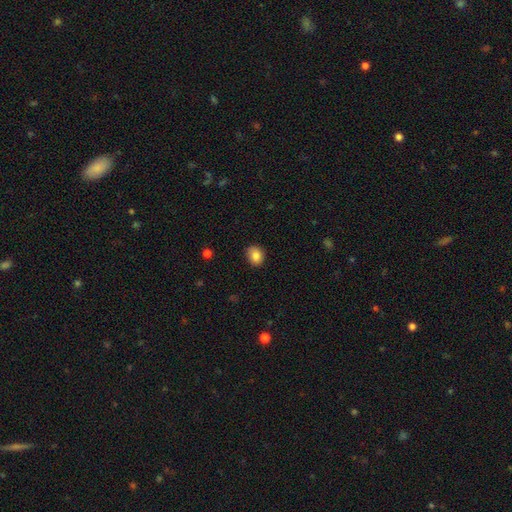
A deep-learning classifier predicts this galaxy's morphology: smooth_or_featured: smooth (p=0.84) [alt: star or artifact p=0.09]
how_rounded: round (p=0.59) [alt: in between p=0.40]
merging: none (p=0.81) [alt: minor disturbance p=0.15]